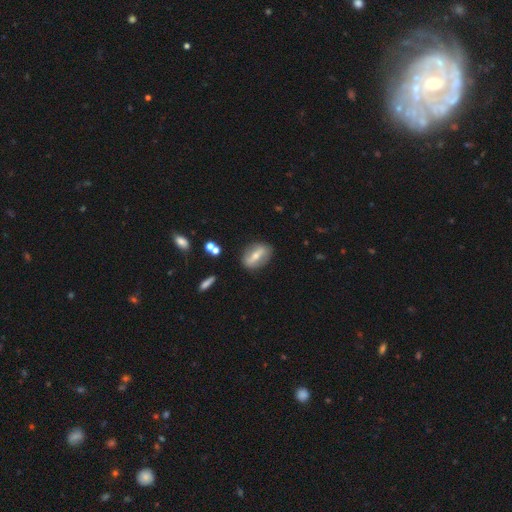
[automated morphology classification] type=featured or disk (58%); edge-on=no (74%); merging=none (85%).